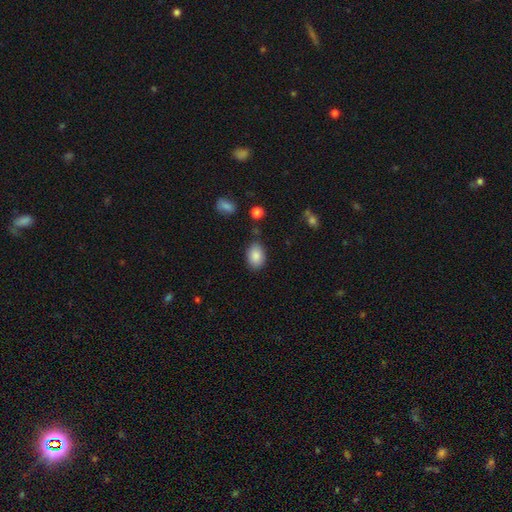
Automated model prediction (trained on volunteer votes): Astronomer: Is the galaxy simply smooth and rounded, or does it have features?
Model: smooth — 87%.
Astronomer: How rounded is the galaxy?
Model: in between — 83%.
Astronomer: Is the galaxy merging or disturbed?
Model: none — 80%.